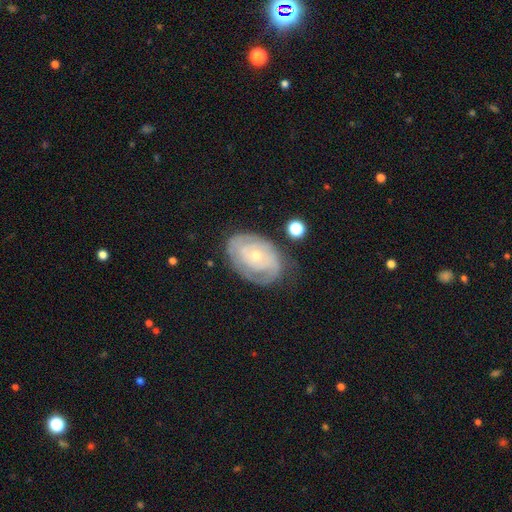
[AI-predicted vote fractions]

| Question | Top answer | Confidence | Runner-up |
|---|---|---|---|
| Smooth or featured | featured or disk | 76% | smooth (18%) |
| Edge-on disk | no | 96% | yes (4%) |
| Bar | no | 80% | weak (17%) |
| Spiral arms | yes | 83% | no (17%) |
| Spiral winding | tight | 73% | medium (20%) |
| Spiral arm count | can't tell | 47% | 2 (28%) |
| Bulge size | small | 64% | moderate (32%) |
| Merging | none | 68% | minor disturbance (21%) |